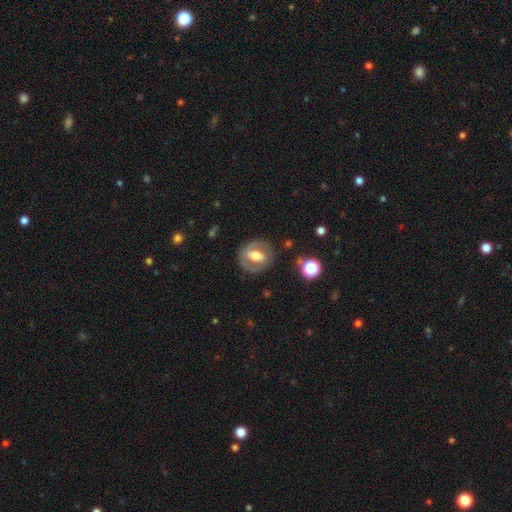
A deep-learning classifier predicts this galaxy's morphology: The model was most divided on "bar": strong: 38%, weak: 36%, no: 26%. More confident: edge-on disk — no (94%); merging — none (78%); bulge size — moderate (63%); smooth or featured — featured or disk (59%); spiral arms — no (54%).